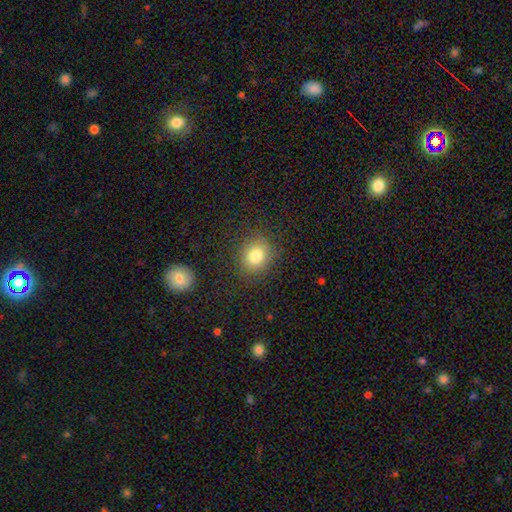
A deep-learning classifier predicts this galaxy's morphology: smooth_or_featured: smooth (p=0.80) [alt: star or artifact p=0.12]
how_rounded: round (p=0.73) [alt: in between p=0.26]
merging: none (p=0.85) [alt: minor disturbance p=0.10]